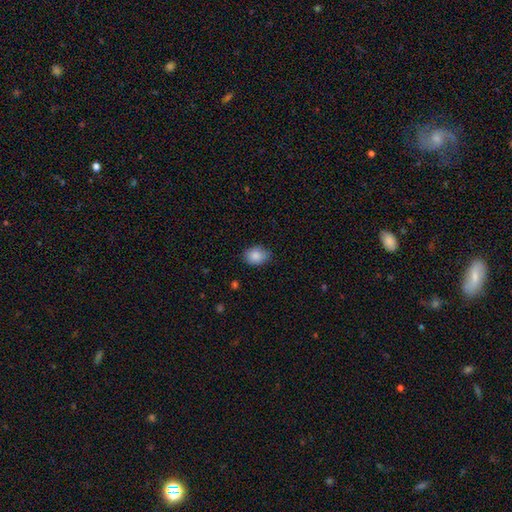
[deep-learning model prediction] smooth_or_featured: smooth (p=0.87) [alt: star or artifact p=0.08]
how_rounded: in between (p=0.65) [alt: round p=0.34]
merging: none (p=0.77) [alt: minor disturbance p=0.19]